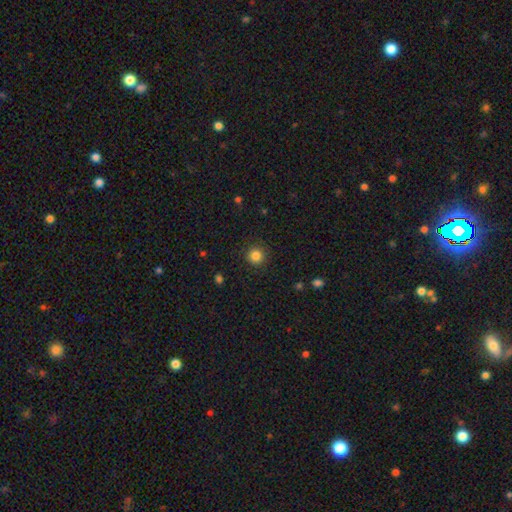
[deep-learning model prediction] Q: Smooth or featured?
A: smooth (84%); runner-up: star or artifact (12%)
Q: How rounded?
A: round (94%); runner-up: in between (5%)
Q: Merging?
A: none (91%); runner-up: minor disturbance (6%)